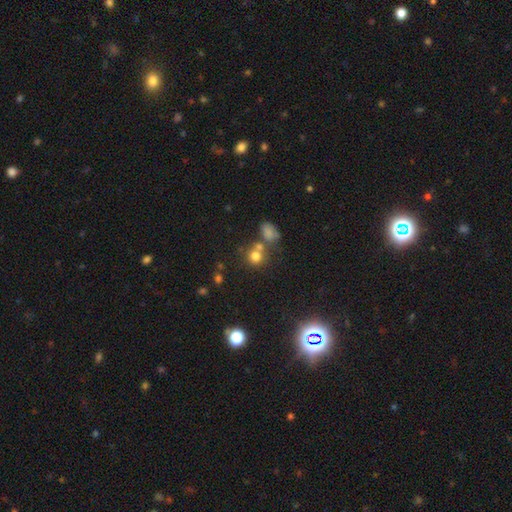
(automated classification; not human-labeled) Q: Smooth or featured?
A: smooth (73%); runner-up: star or artifact (16%)
Q: How rounded?
A: round (83%); runner-up: in between (16%)
Q: Merging?
A: none (54%); runner-up: merger (29%)